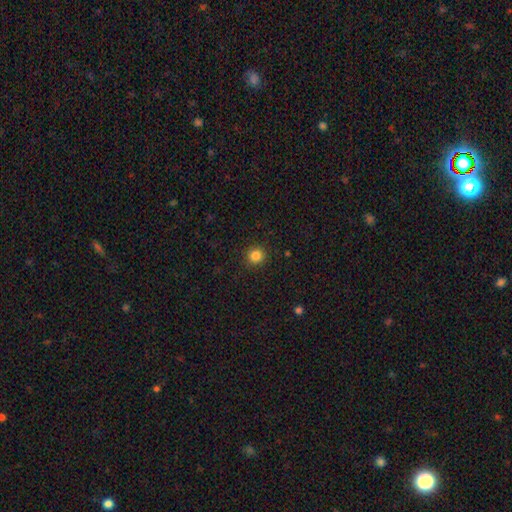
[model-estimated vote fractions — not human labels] Smooth or featured: smooth — 84% (star or artifact — 12%)
How rounded: round — 92% (in between — 7%)
Merging: none — 91% (minor disturbance — 6%)